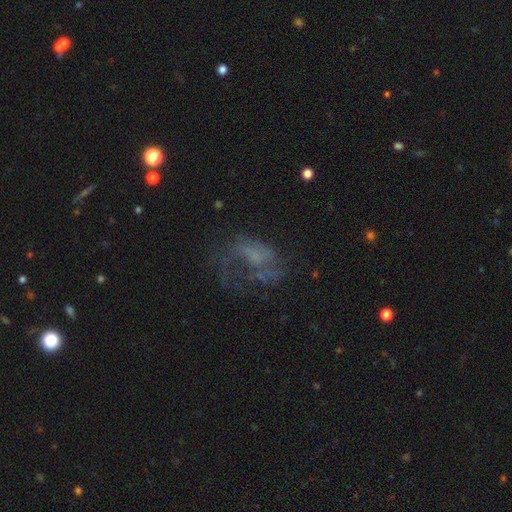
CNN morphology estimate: featured or disk 53%, smooth 26%, star or artifact 21%. Down the decision tree: edge-on disk — no (97%); bar — no (78%); spiral arms — no (64%); bulge size — none (64%); merging — major disturbance (46%).